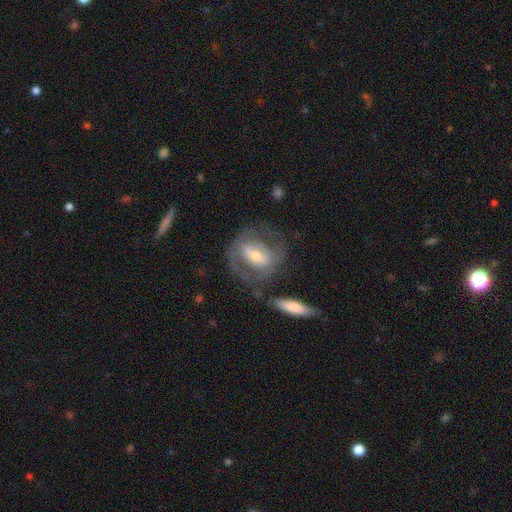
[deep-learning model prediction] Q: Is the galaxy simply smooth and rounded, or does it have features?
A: featured or disk — 68%.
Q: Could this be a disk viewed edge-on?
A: no — 92%.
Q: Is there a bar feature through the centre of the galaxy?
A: strong — 43%.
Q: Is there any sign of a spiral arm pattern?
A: yes — 66%.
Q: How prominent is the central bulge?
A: moderate — 52%.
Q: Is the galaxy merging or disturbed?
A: none — 62%.